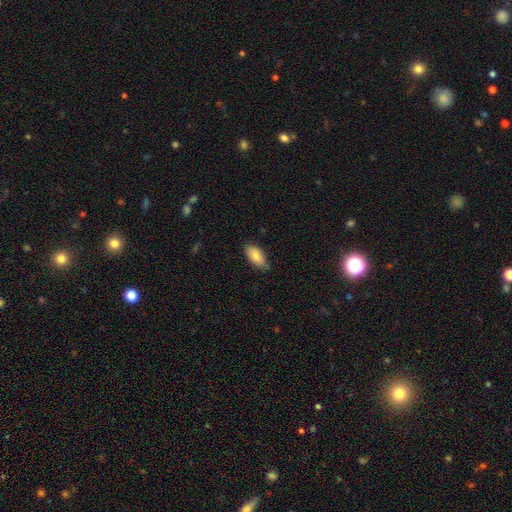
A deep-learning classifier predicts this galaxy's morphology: Smooth or featured? smooth (85%)
How rounded? in between (91%)
Merging? none (75%)